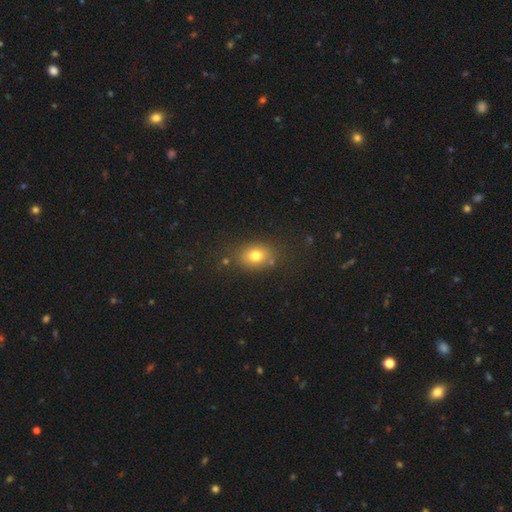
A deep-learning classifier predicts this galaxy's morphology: The model was most divided on "how rounded": in between: 62%, round: 36%, cigar-shaped: 1%. More confident: merging — none (77%); smooth or featured — smooth (76%).